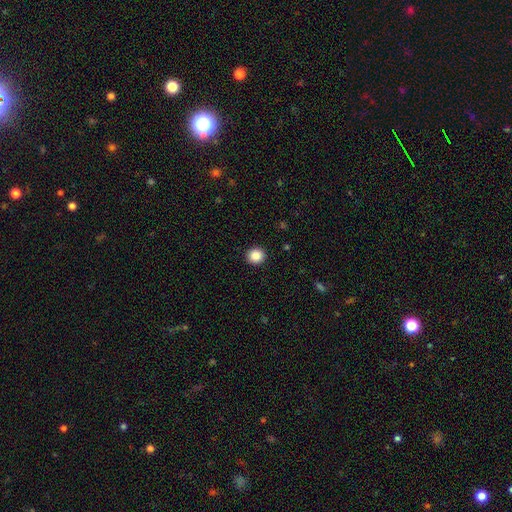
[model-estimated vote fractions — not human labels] This is clearly a smooth galaxy (88%). How rounded: clearly round (88%). Merging: clearly none (92%).